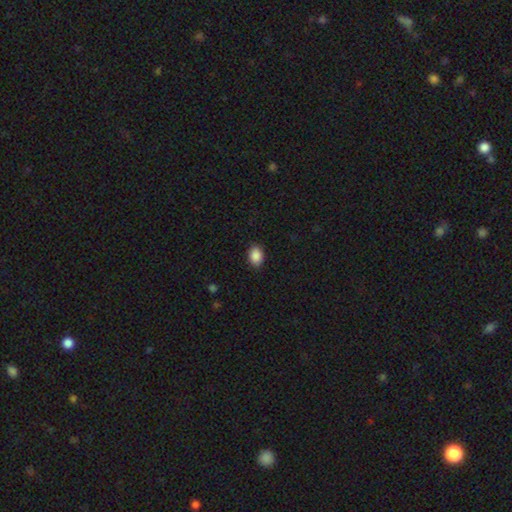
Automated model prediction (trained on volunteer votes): Overall: smooth (89%). How rounded: in between (76%). Merging: none (88%).